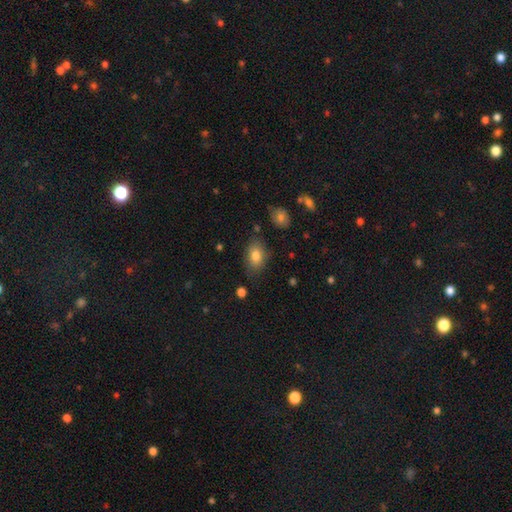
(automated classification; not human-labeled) smooth 81%, featured or disk 11%, star or artifact 9%. Down the decision tree: how rounded — in between (86%); merging — none (77%).